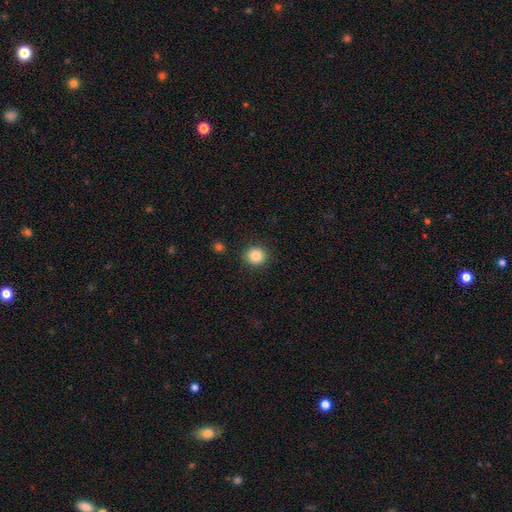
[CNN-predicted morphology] This appears to be a smooth galaxy with no disk features (84%) that is round (91%). Merging: none (91%).